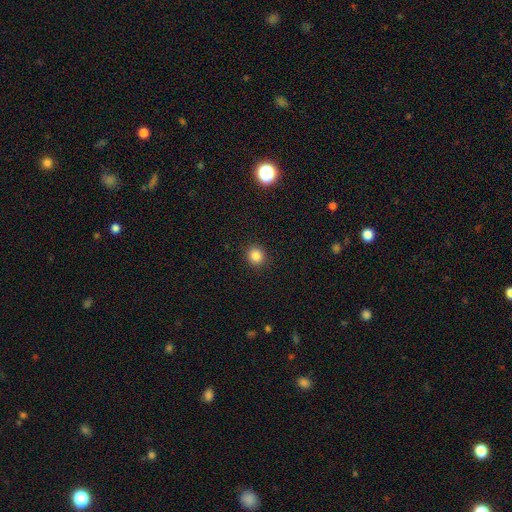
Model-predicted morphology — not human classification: A smooth galaxy with no disk features (85%) that is round (84%).

Vote fractions:
- Smooth or featured? smooth: 85% / star or artifact: 11% / featured or disk: 4%
- How rounded? round: 84% / in between: 15% / cigar-shaped: 1%
- Merging? none: 91% / minor disturbance: 6% / major disturbance: 2% / merger: 1%